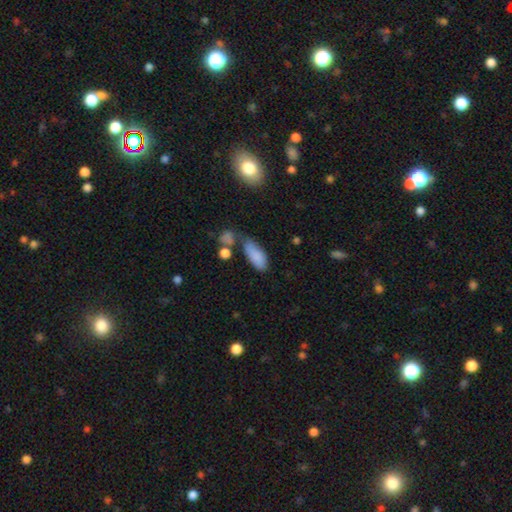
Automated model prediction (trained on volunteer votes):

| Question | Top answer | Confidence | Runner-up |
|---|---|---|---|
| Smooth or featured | smooth | 83% | featured or disk (9%) |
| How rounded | in between | 86% | cigar-shaped (11%) |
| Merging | none | 44% | minor disturbance (25%) |